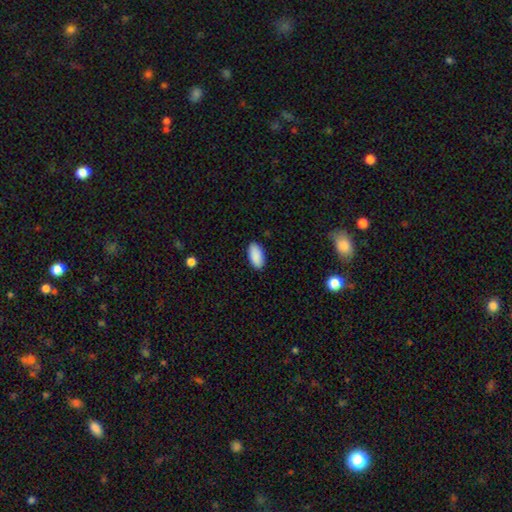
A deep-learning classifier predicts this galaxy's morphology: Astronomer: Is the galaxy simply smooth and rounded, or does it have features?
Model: smooth — 91%.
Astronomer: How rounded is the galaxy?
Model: in between — 95%.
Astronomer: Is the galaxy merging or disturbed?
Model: none — 89%.